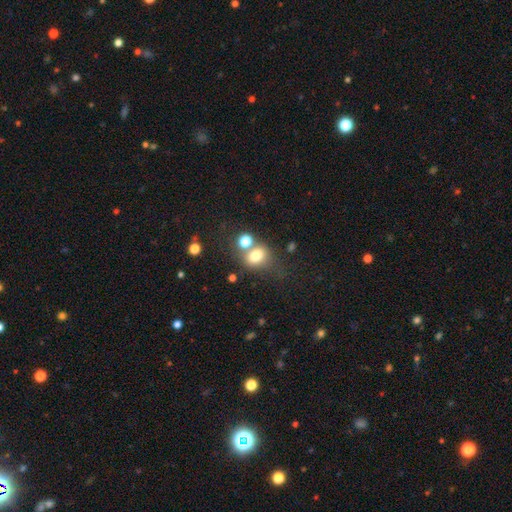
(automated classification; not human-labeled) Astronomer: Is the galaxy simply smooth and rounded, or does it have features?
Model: smooth — 75%.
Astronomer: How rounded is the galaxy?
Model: in between — 50% (runner-up: round, 49%).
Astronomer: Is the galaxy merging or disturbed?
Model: none — 48% (runner-up: merger, 29%).